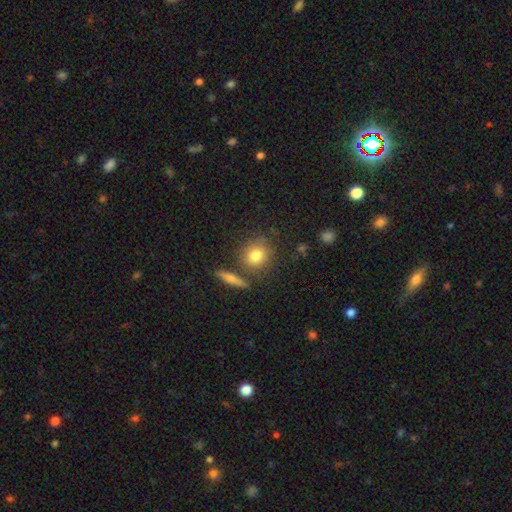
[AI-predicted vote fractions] Smooth or featured?
  - smooth: 78% *
  - featured or disk: 12%
  - star or artifact: 10%
How rounded?
  - round: 80% *
  - in between: 17%
  - cigar-shaped: 3%
Merging?
  - none: 74% *
  - minor disturbance: 11%
  - merger: 11%
  - major disturbance: 4%